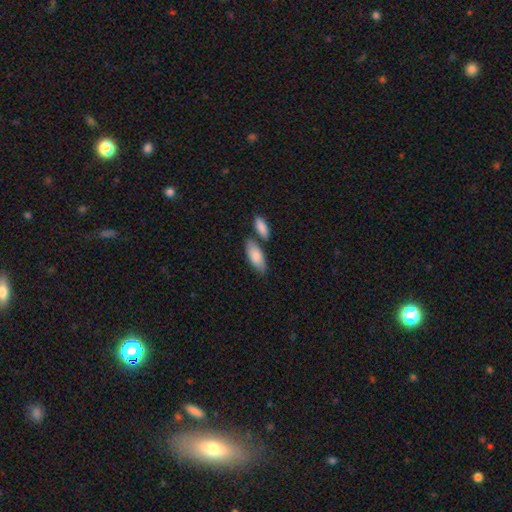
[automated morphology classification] The model was most divided on "merging": none: 62%, merger: 21%, minor disturbance: 14%, major disturbance: 3%. More confident: how rounded — in between (84%); smooth or featured — smooth (83%).